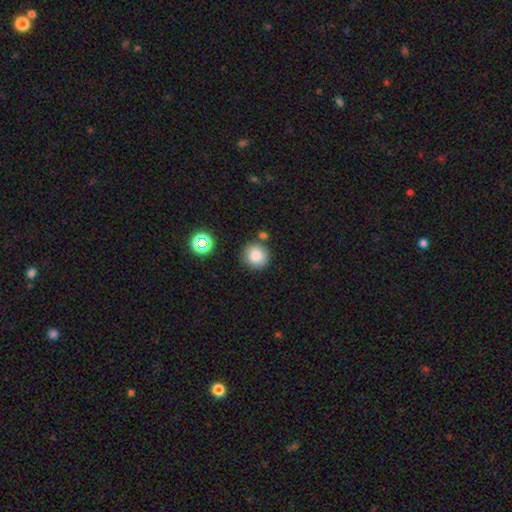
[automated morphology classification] smooth 83%, star or artifact 11%, featured or disk 6%. Down the decision tree: how rounded — round (92%); merging — none (82%).